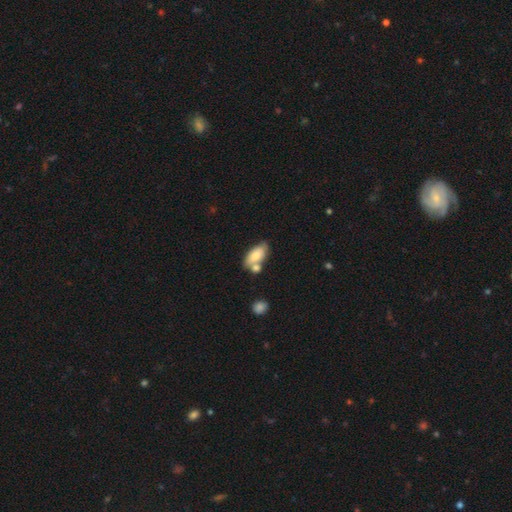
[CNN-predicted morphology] Smooth or featured?
  - smooth: 75% *
  - featured or disk: 18%
  - star or artifact: 7%
How rounded?
  - in between: 90% *
  - cigar-shaped: 7%
  - round: 4%
Merging?
  - none: 43% *
  - merger: 35%
  - minor disturbance: 16%
  - major disturbance: 5%